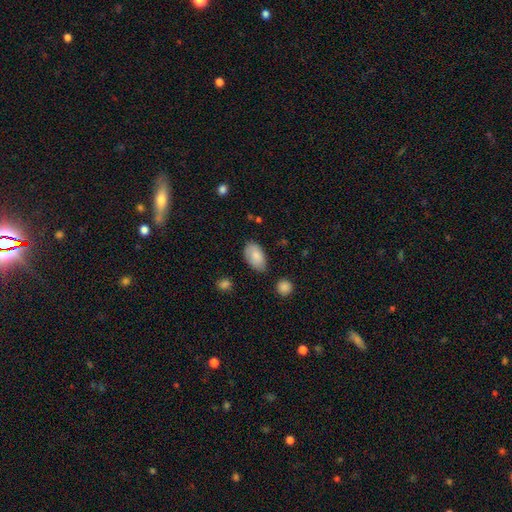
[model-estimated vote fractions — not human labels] smooth 83%, featured or disk 11%, star or artifact 6%. Down the decision tree: how rounded — in between (94%); merging — none (70%).